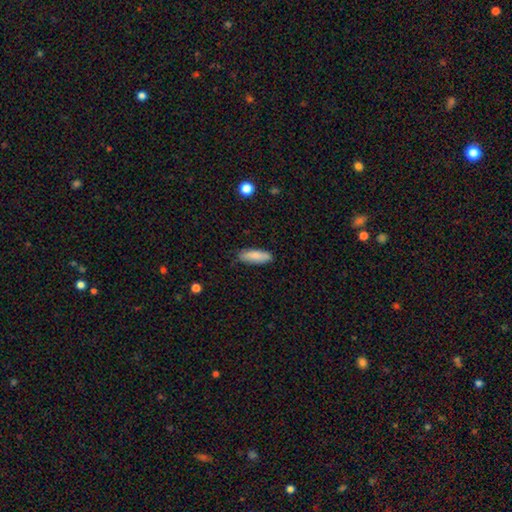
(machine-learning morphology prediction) Smooth or featured?
  - smooth: 85% *
  - featured or disk: 9%
  - star or artifact: 6%
How rounded?
  - in between: 60% *
  - cigar-shaped: 38%
  - round: 2%
Merging?
  - none: 84% *
  - minor disturbance: 13%
  - major disturbance: 2%
  - merger: 1%